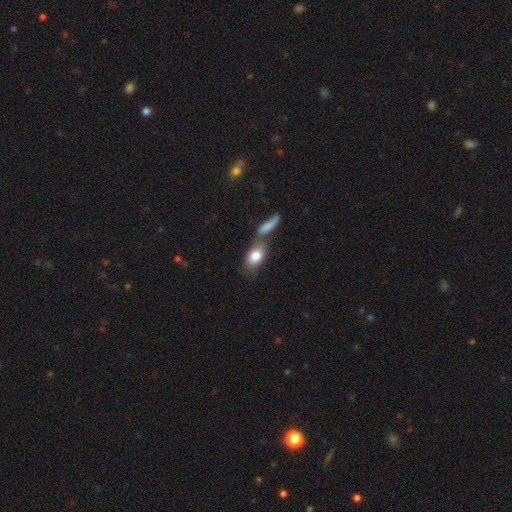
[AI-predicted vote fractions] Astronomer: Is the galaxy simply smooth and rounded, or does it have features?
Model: smooth — 78%.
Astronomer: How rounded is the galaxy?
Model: in between — 84%.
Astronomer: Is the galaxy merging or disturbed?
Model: merger — 41%, tied with none at 41%.